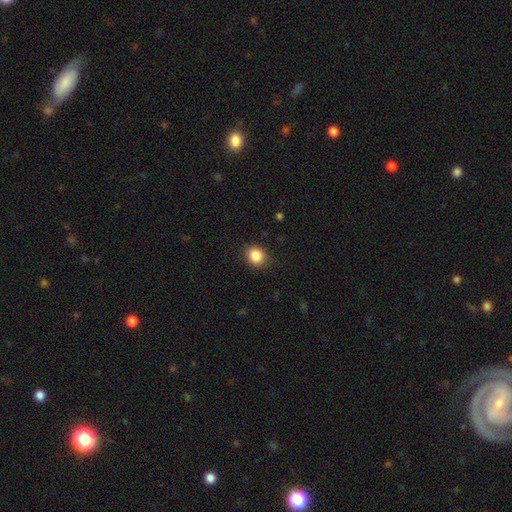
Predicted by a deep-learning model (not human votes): A smooth galaxy with no disk features (86%) that is round (76%).

Vote fractions:
- Smooth or featured? smooth: 86% / star or artifact: 10% / featured or disk: 4%
- How rounded? round: 76% / in between: 23% / cigar-shaped: 1%
- Merging? none: 88% / minor disturbance: 9% / major disturbance: 2% / merger: 1%